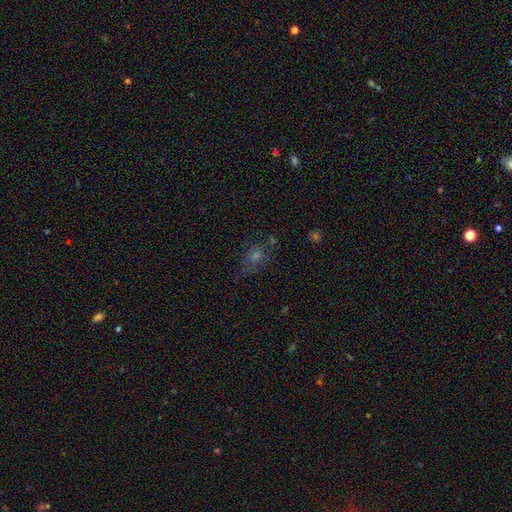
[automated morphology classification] Smooth or featured: smooth — 47% (star or artifact — 34%)
Merging: none — 63% (minor disturbance — 20%)